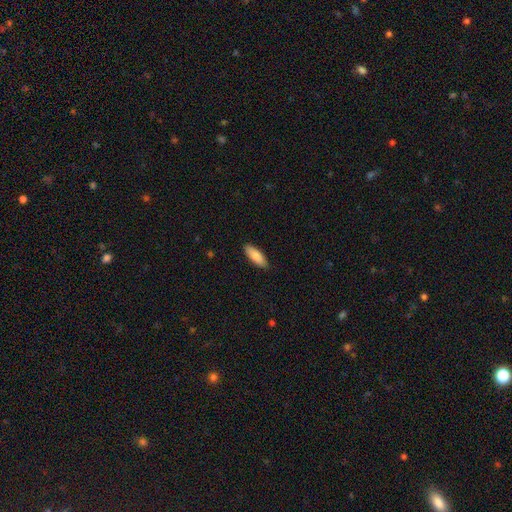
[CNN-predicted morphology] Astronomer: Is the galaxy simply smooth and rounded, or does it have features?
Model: smooth — 83%.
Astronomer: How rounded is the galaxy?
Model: in between — 67%.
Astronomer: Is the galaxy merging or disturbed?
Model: none — 88%.